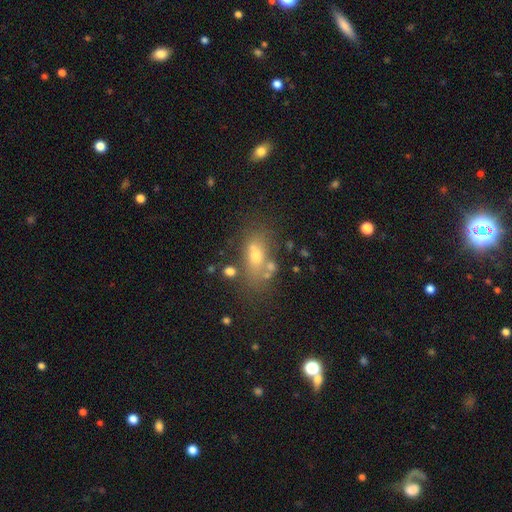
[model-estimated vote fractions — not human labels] smooth_or_featured: smooth (p=0.60) [alt: featured or disk p=0.24]
how_rounded: in between (p=0.77) [alt: round p=0.16]
merging: none (p=0.53) [alt: merger p=0.19]